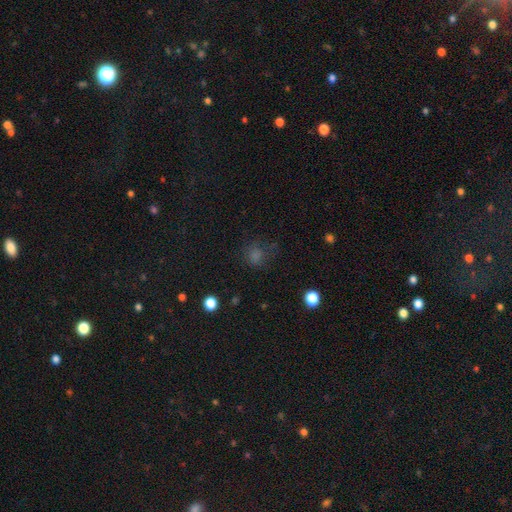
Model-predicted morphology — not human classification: type=smooth (60%); roundness=round (81%); merging=none (66%).